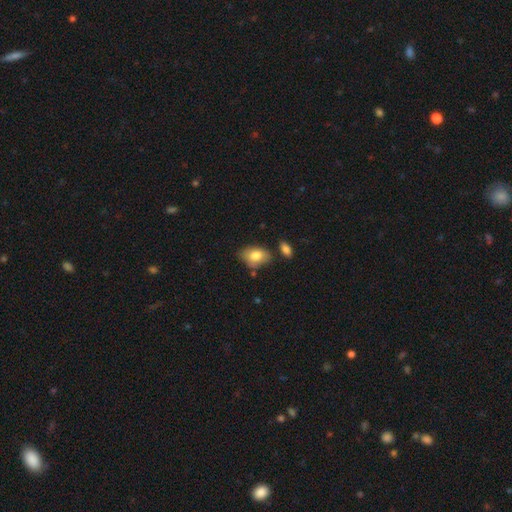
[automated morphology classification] Smooth or featured: smooth — 79% (featured or disk — 14%)
How rounded: in between — 83% (round — 15%)
Merging: none — 63% (minor disturbance — 24%)